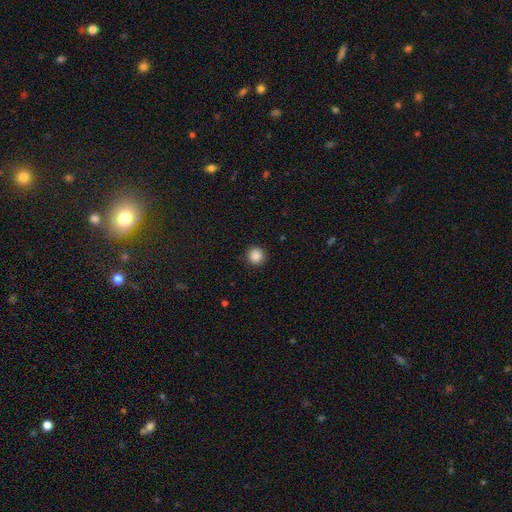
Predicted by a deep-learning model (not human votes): Smooth or featured? smooth (87%)
How rounded? round (94%)
Merging? none (91%)